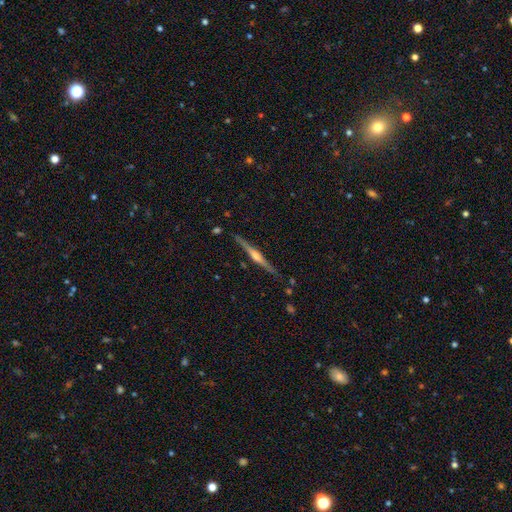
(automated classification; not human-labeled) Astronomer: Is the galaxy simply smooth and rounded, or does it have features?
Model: featured or disk — 82%.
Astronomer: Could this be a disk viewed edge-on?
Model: yes — 98%.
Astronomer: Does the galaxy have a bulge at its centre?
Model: rounded — 86%.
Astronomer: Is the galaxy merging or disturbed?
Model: none — 89%.